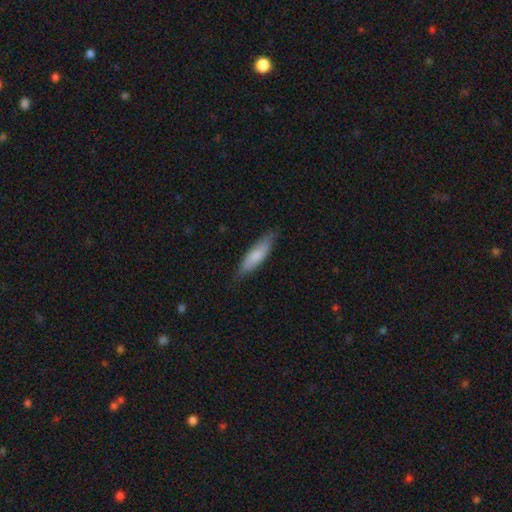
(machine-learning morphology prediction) This appears to be a smooth galaxy with no disk features (77%) that is cigar-shaped (63%). Merging: none (80%).